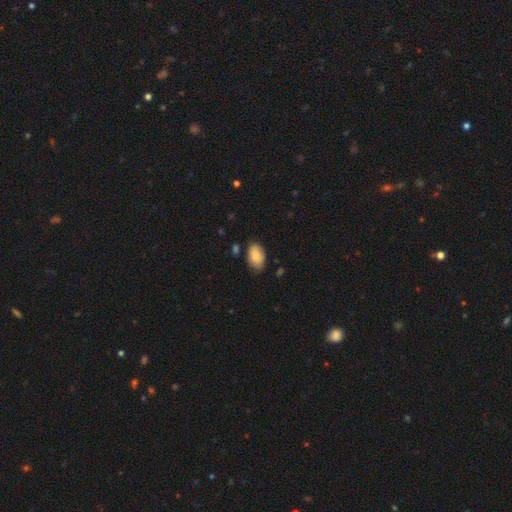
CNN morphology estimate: Overall: smooth (84%). How rounded: in between (92%). Merging: none (76%).